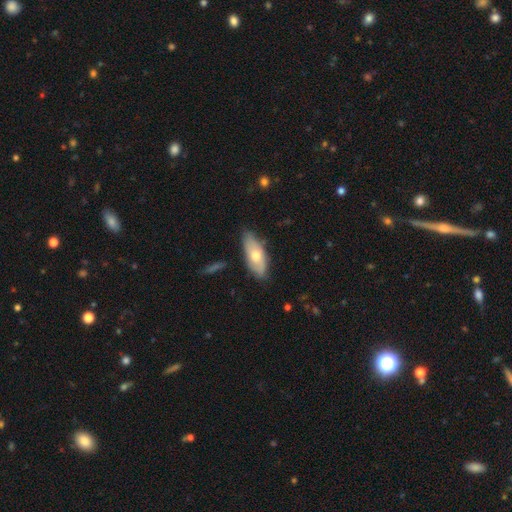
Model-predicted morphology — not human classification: This appears to be a smooth galaxy with no disk features (61%) that is in between round and cigar-shaped (83%). Merging: none (73%).